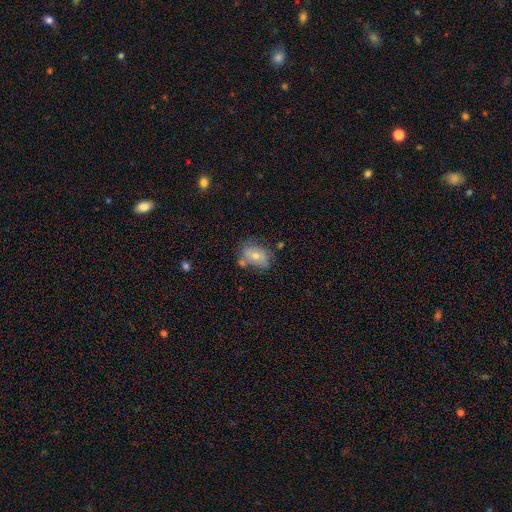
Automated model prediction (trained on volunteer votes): Q: Smooth or featured?
A: smooth (64%); runner-up: featured or disk (28%)
Q: How rounded?
A: in between (78%); runner-up: round (21%)
Q: Merging?
A: none (55%); runner-up: minor disturbance (24%)